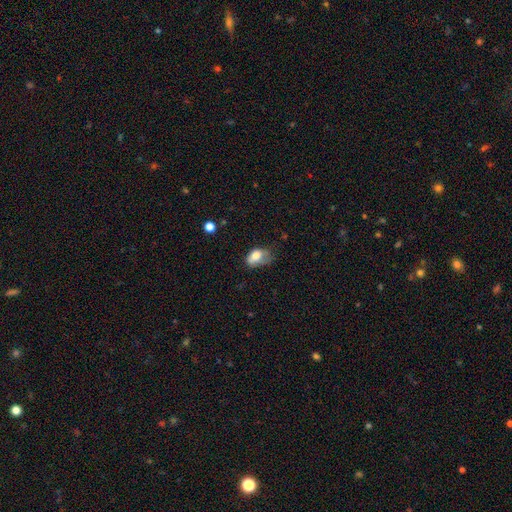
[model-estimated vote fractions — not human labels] Morphology: type=smooth (72%); roundness=in between (83%); merging=minor disturbance (39%).